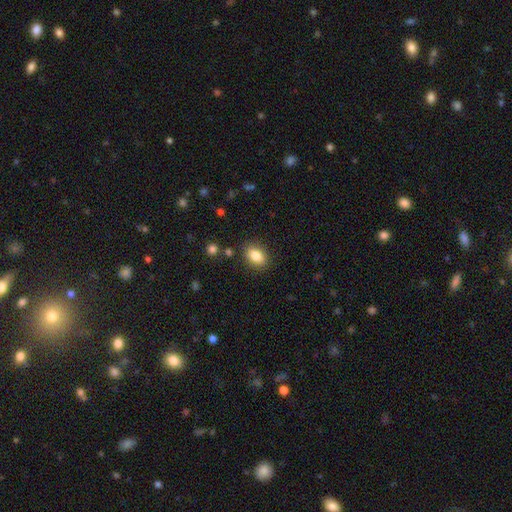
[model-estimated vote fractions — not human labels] This appears to be a smooth galaxy with no disk features (84%) that is in between round and cigar-shaped (80%). Merging: none (86%).